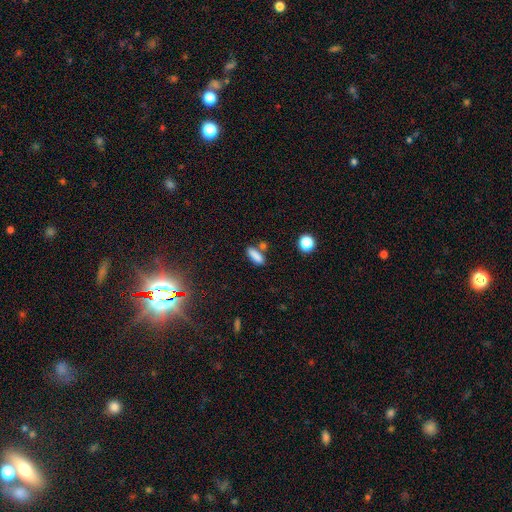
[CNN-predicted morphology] smooth 84%, star or artifact 10%, featured or disk 6%. Down the decision tree: how rounded — in between (55%); merging — none (68%).